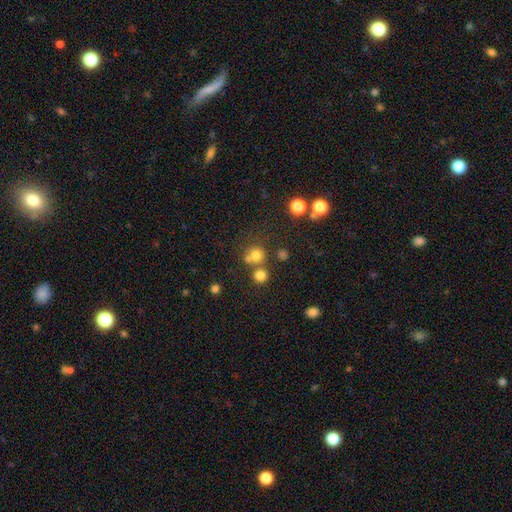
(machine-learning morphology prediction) Smooth or featured: smooth — 72% (star or artifact — 19%)
How rounded: round — 90% (in between — 9%)
Merging: none — 61% (merger — 28%)